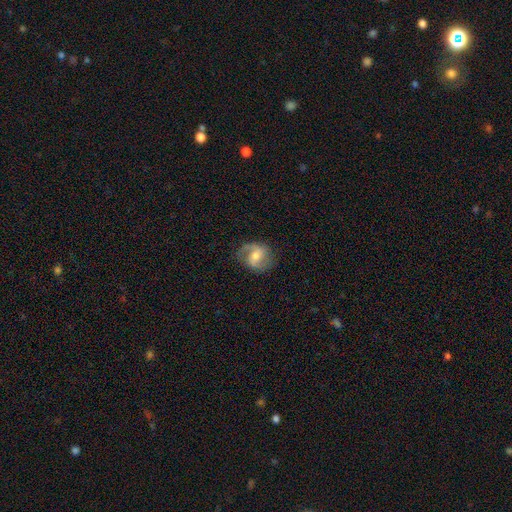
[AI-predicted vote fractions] featured or disk 72%, smooth 21%, star or artifact 7%. Down the decision tree: edge-on disk — no (97%); bar — weak (50%); spiral arms — yes (93%); spiral arm count — 2 (82%); spiral winding — medium (48%); bulge size — moderate (54%); merging — none (72%).